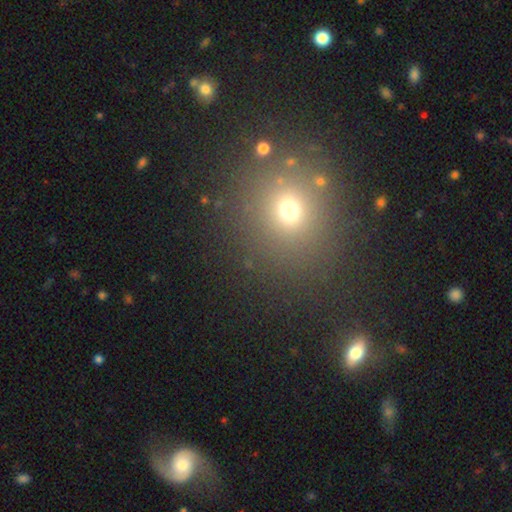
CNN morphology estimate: The model was most divided on "smooth or featured": smooth: 58%, star or artifact: 29%, featured or disk: 12%. More confident: how rounded — round (85%); merging — none (85%).